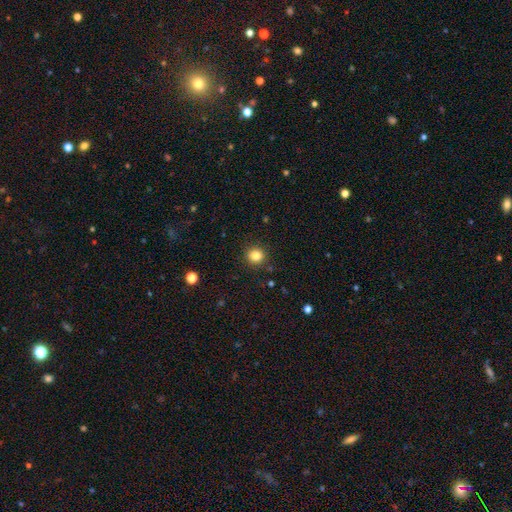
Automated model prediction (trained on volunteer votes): This appears to be a smooth galaxy with no disk features (83%) that is round (90%). Merging: none (91%).